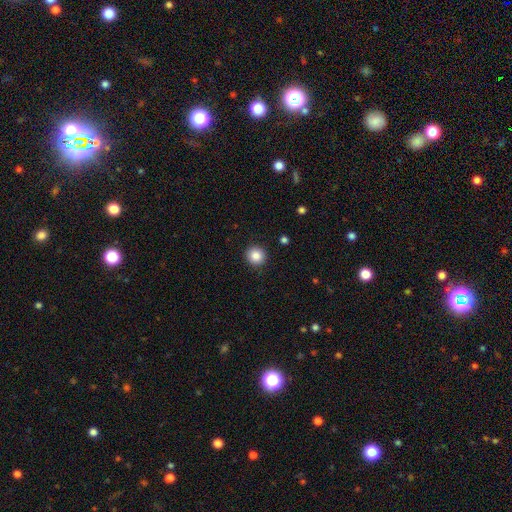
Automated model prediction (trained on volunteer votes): smooth-or-featured: smooth: 86% | star or artifact: 10% | featured or disk: 4%
  how-rounded: round: 94% | in between: 5% | cigar-shaped: 1%
  merging: none: 92% | minor disturbance: 5% | major disturbance: 2% | merger: 1%